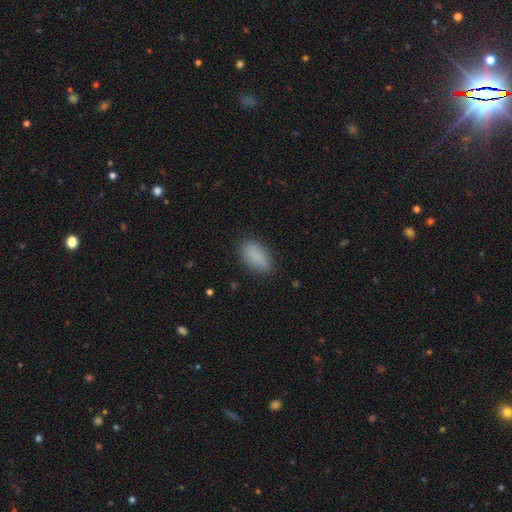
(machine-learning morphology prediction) Smooth or featured: smooth — 87% (star or artifact — 8%)
How rounded: in between — 91% (cigar-shaped — 5%)
Merging: none — 80% (minor disturbance — 15%)